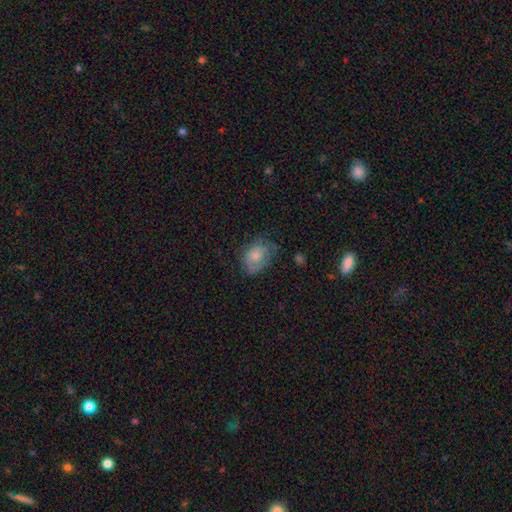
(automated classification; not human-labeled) smooth 65%, featured or disk 27%, star or artifact 9%. Down the decision tree: how rounded — in between (74%); merging — none (53%).